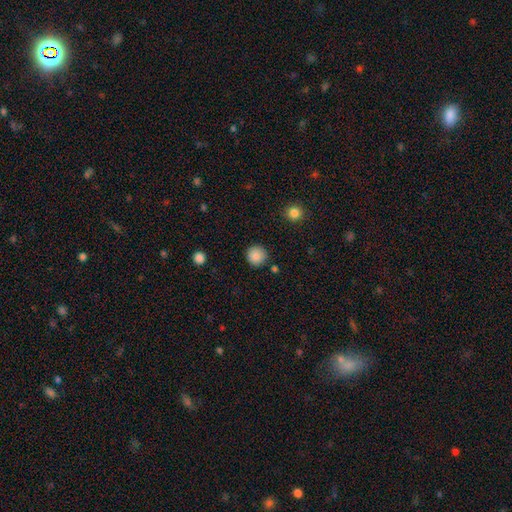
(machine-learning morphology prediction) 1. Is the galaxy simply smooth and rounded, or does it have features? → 87% smooth, 9% star or artifact, 4% featured or disk.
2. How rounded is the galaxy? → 94% round, 5% in between, 1% cigar-shaped.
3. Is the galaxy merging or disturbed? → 89% none, 7% minor disturbance, 2% major disturbance, 2% merger.